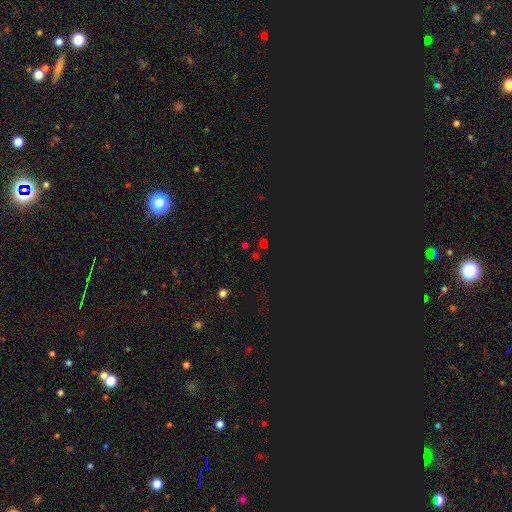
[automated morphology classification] This appears to be a star or artifact, not a galaxy (59%).